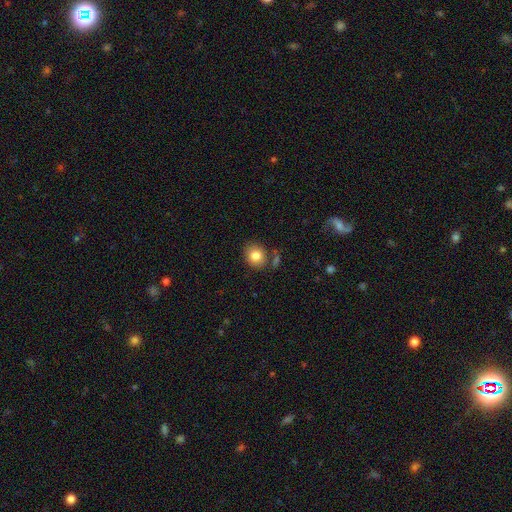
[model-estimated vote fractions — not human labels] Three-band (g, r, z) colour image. It shows a smooth galaxy with no disk features (82%) that is round (66%). Merging: none (77%).